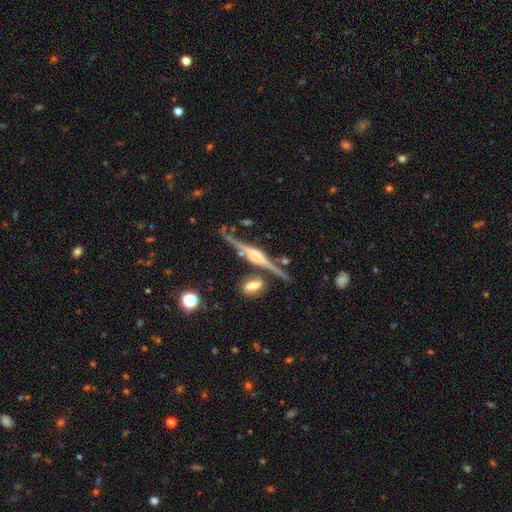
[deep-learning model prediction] featured or disk 88%, smooth 7%, star or artifact 6%. Down the decision tree: edge-on disk — yes (97%); edge-on bulge — rounded (64%); merging — none (74%).